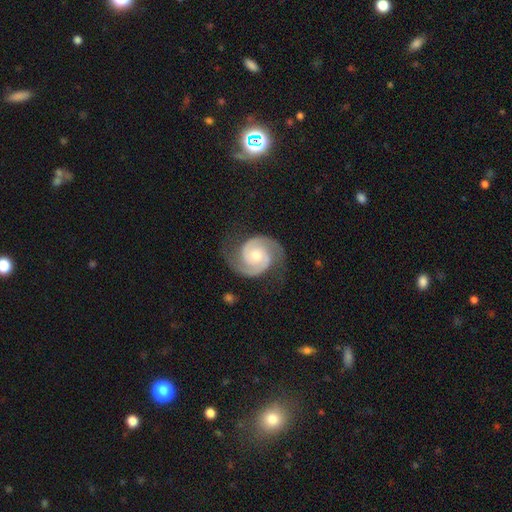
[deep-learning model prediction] Morphology: type=featured or disk (92%); edge-on=no (98%); bar=no (67%); spiral arms=yes (99%); winding=tight (46%, tied with medium); arm count=2 (94%); bulge=moderate (65%); merging=none (78%).